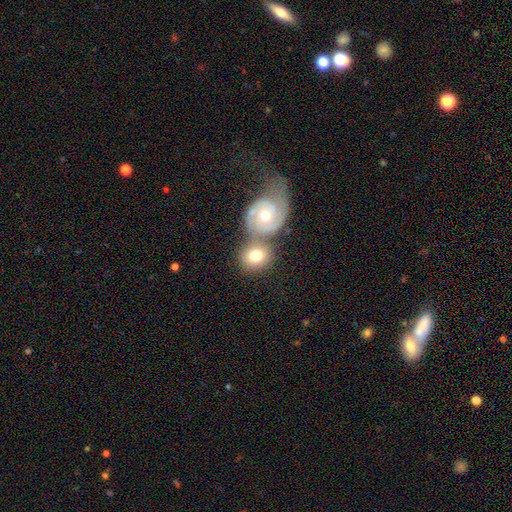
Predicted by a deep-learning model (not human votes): This is possibly a smooth galaxy (48%). Merging: marginally merger (44%).